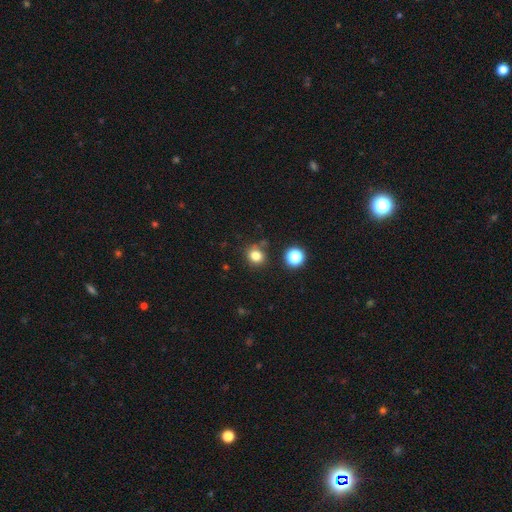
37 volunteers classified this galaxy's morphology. A smooth galaxy with no disk features (89%) that is round (85%). Merging: none (77%).